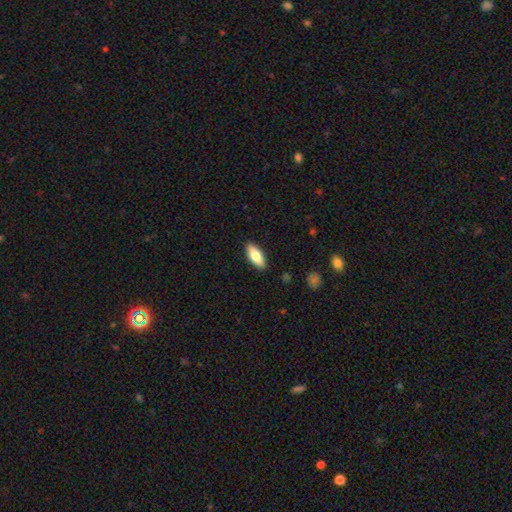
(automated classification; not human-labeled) Smooth or featured? Predicted: smooth (p=0.75). How rounded? Predicted: in between (p=0.77). Merging? Predicted: none (p=0.88).